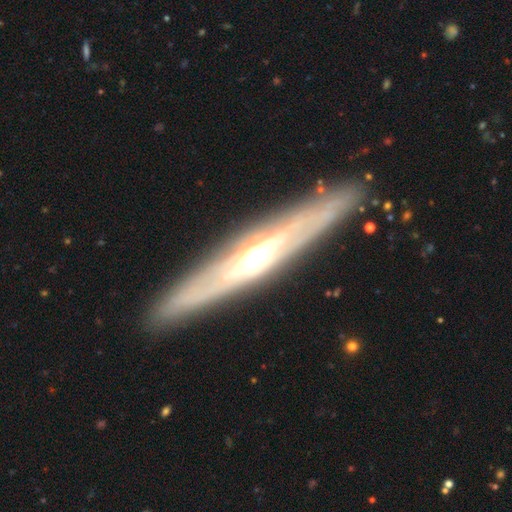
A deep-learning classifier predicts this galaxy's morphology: Smooth or featured?
  - featured or disk: 79% *
  - smooth: 16%
  - star or artifact: 5%
Edge-on disk?
  - yes: 79% *
  - no: 21%
Edge-on bulge?
  - rounded: 83% *
  - none: 11%
  - boxy: 6%
Merging?
  - none: 88% *
  - minor disturbance: 8%
  - major disturbance: 2%
  - merger: 1%